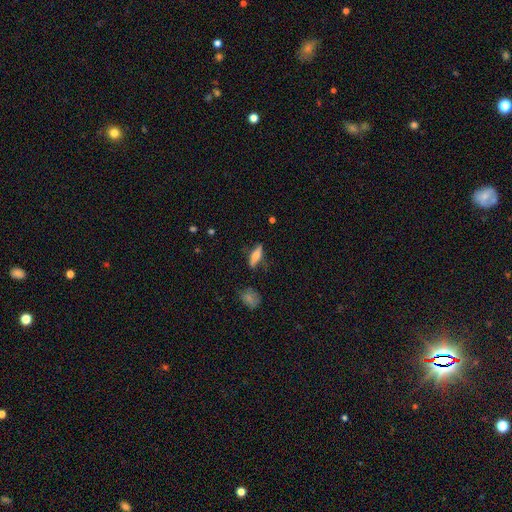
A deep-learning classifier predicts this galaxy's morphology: A smooth galaxy with no disk features (59%) that is cigar-shaped (55%). Merging: none (74%).